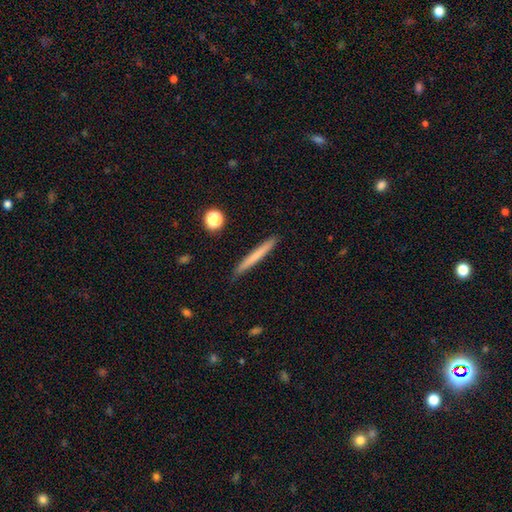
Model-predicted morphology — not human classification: Overall: smooth (64%; featured or disk 29%). How rounded: cigar-shaped (97%). Merging: none (90%).